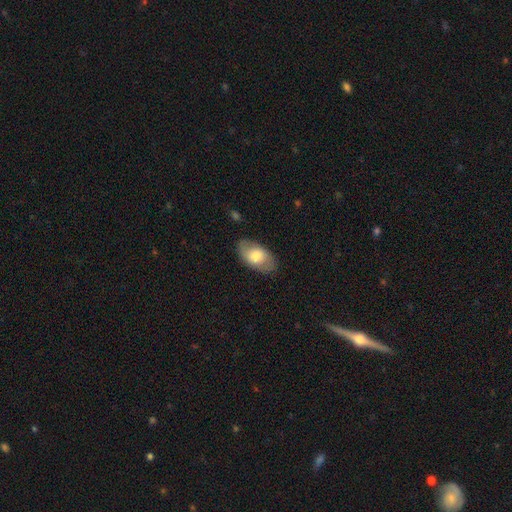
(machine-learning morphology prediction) A smooth galaxy with no disk features (69%) that is in between round and cigar-shaped (93%).

Vote fractions:
- Smooth or featured? smooth: 69% / featured or disk: 25% / star or artifact: 6%
- How rounded? in between: 93% / round: 5% / cigar-shaped: 2%
- Merging? none: 81% / minor disturbance: 14% / major disturbance: 4% / merger: 1%